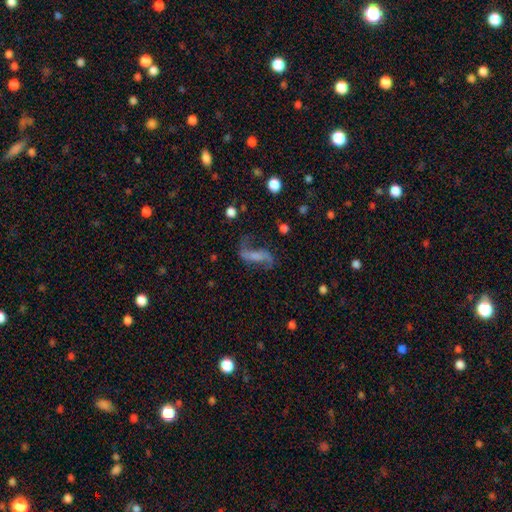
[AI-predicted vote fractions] Morphology: type=featured or disk (73%); edge-on=no (93%); bar=no (34%); spiral arms=yes (90%); winding=loose (85%); arm count=2 (90%); bulge=none (52%); merging=none (61%).